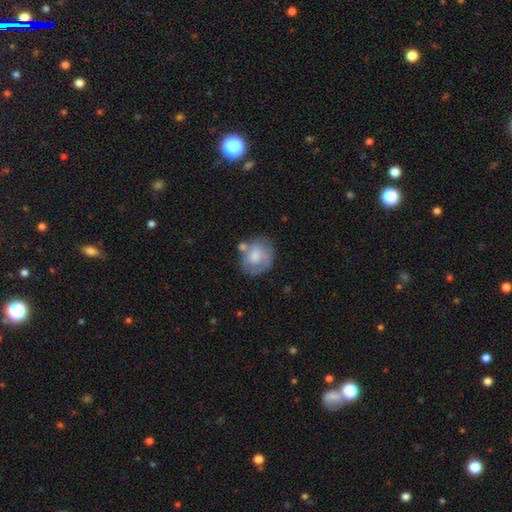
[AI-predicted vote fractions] The model was most divided on "how rounded": round: 62%, in between: 37%, cigar-shaped: 1%. Remaining: smooth or featured — smooth (61%); merging — none (50%).